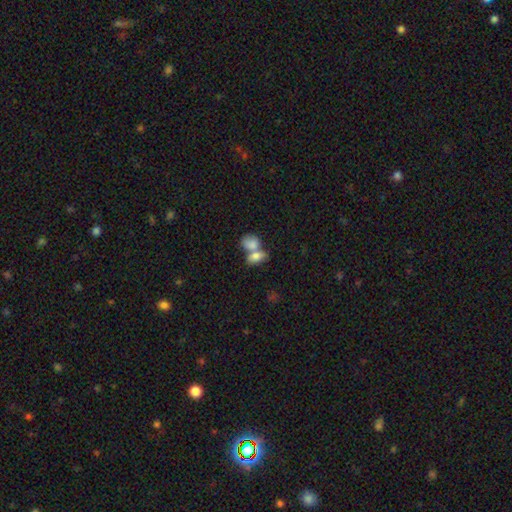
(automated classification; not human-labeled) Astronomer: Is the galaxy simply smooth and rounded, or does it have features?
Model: smooth — 78%.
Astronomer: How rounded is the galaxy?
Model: in between — 81%.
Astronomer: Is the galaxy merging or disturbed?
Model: merger — 62%.